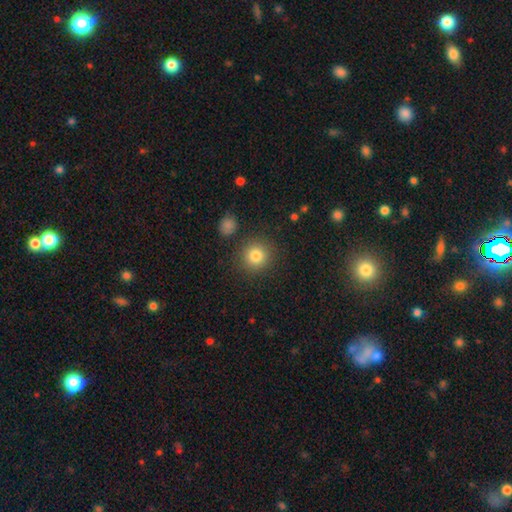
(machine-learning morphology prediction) Smooth or featured: smooth — 83% (star or artifact — 11%)
How rounded: round — 92% (in between — 7%)
Merging: none — 88% (minor disturbance — 7%)